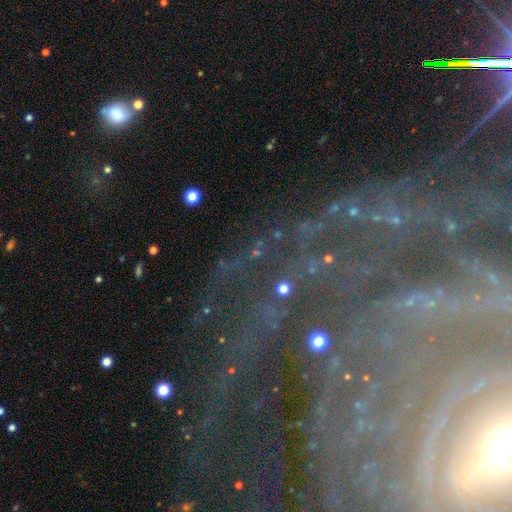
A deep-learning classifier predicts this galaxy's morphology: featured or disk 60%, star or artifact 28%, smooth 12%. Down the decision tree: edge-on disk — no (86%); bar — no (38%); spiral arms — yes (88%); bulge size — small (56%); merging — none (76%).